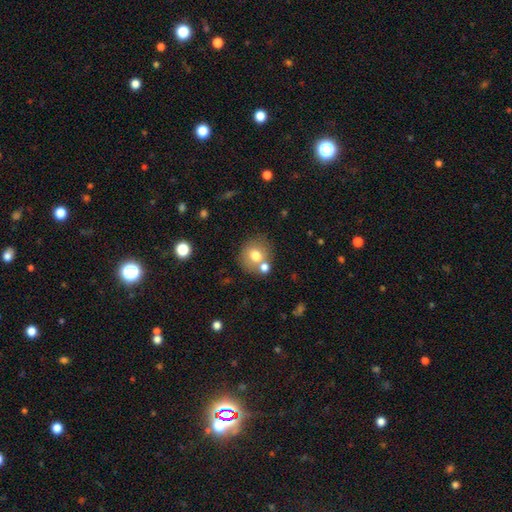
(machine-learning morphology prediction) Smooth or featured?
  - smooth: 72% *
  - featured or disk: 17%
  - star or artifact: 11%
How rounded?
  - round: 80% *
  - in between: 19%
  - cigar-shaped: 1%
Merging?
  - none: 64% *
  - merger: 21%
  - minor disturbance: 11%
  - major disturbance: 4%